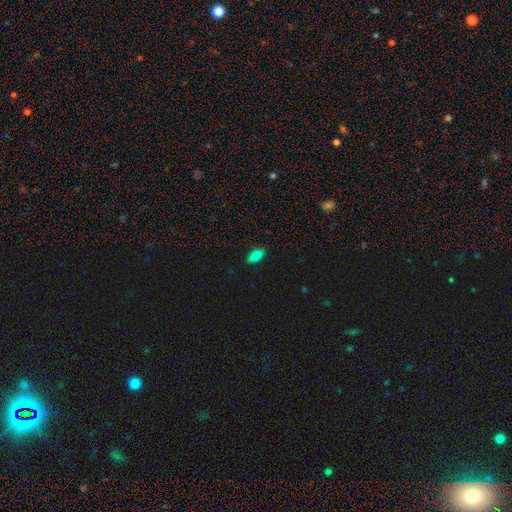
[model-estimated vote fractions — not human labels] Overall: smooth (82%). How rounded: in between (88%). Merging: none (87%).